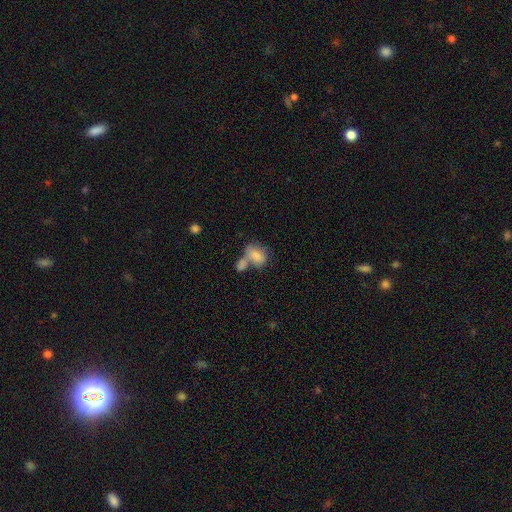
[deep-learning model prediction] smooth_or_featured: smooth (p=0.79) [alt: featured or disk p=0.13]
how_rounded: in between (p=0.77) [alt: round p=0.21]
merging: merger (p=0.55) [alt: none p=0.26]